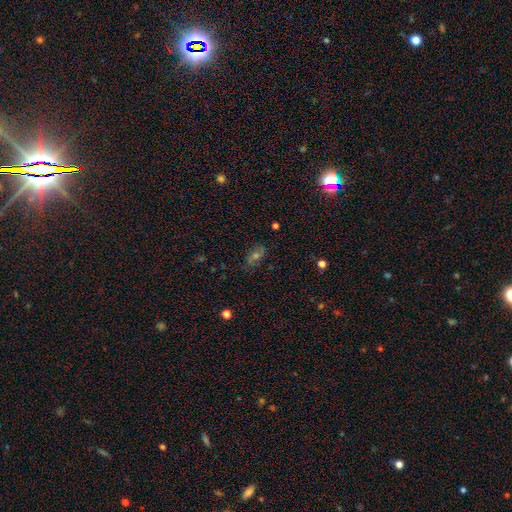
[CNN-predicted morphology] Smooth or featured? smooth (40%)
Merging? none (79%)